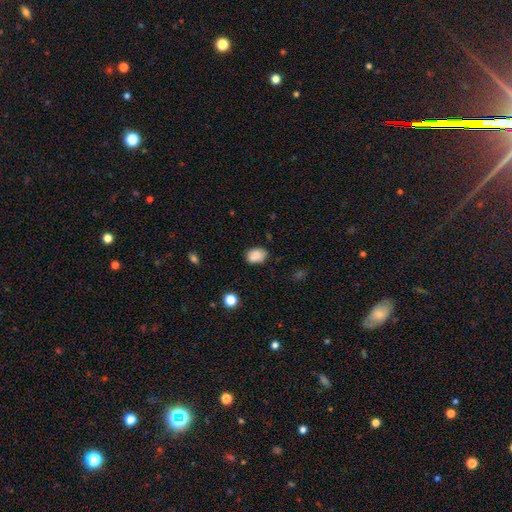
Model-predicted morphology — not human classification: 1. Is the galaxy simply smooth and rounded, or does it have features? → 87% smooth, 8% star or artifact, 4% featured or disk.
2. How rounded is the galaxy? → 70% in between, 29% round, 1% cigar-shaped.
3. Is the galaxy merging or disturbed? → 77% none, 18% minor disturbance, 3% major disturbance, 2% merger.